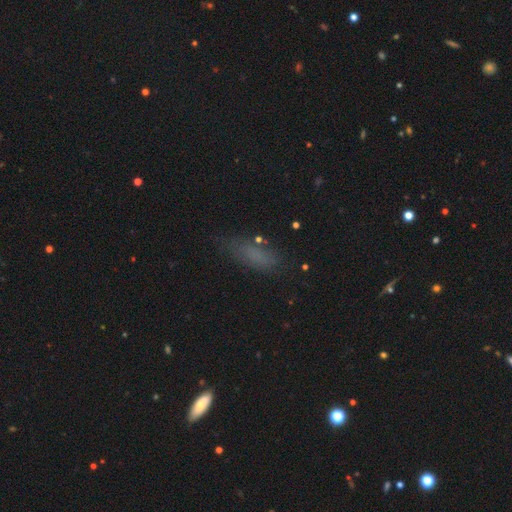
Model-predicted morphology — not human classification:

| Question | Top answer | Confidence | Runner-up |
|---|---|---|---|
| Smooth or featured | smooth | 68% | star or artifact (19%) |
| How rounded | in between | 59% | cigar-shaped (37%) |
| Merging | none | 68% | minor disturbance (20%) |